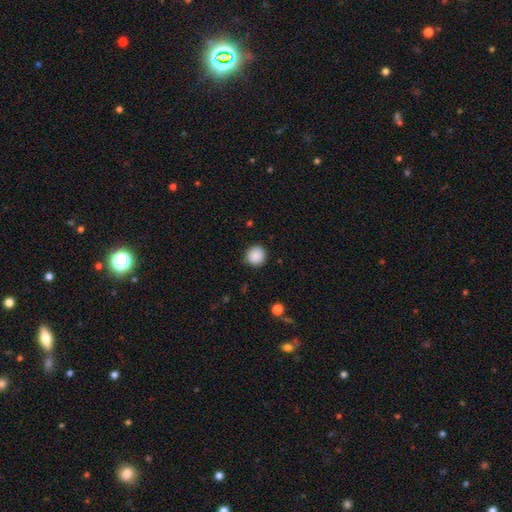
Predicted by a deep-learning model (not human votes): Overall: smooth (89%). How rounded: round (94%). Merging: none (89%).